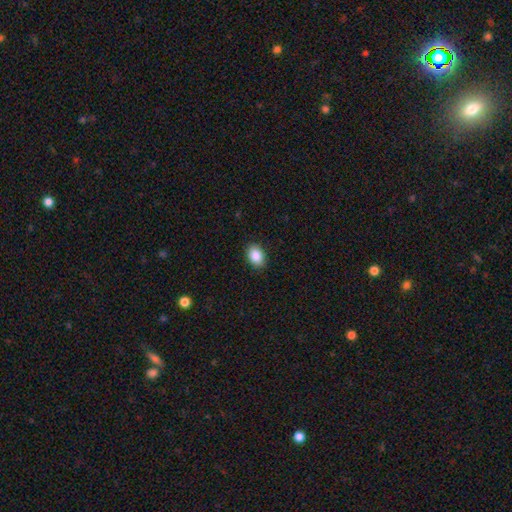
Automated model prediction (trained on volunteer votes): A smooth galaxy with no disk features (88%) that is in between round and cigar-shaped (80%).

Vote fractions:
- Smooth or featured? smooth: 88% / star or artifact: 8% / featured or disk: 5%
- How rounded? in between: 80% / round: 19% / cigar-shaped: 1%
- Merging? none: 89% / minor disturbance: 8% / major disturbance: 2% / merger: 1%